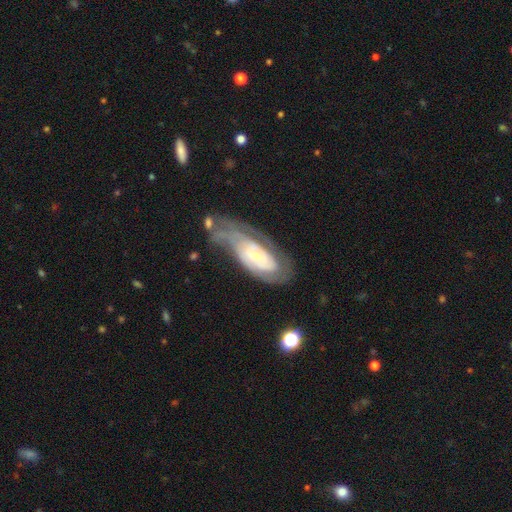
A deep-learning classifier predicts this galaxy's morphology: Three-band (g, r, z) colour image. It shows a featured or disk galaxy (78%) with no bar (69%), 2 (37%, tied with can't tell) tight (58%) spiral arms (90%) and a small central bulge (71%). Merging: none (40%).